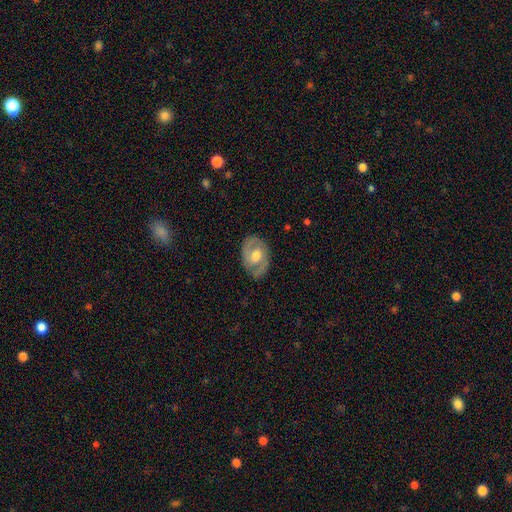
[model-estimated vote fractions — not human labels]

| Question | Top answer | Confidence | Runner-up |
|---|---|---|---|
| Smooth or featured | featured or disk | 67% | smooth (27%) |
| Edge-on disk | no | 95% | yes (5%) |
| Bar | no | 47% | weak (42%) |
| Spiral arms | yes | 73% | no (27%) |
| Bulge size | moderate | 70% | large (15%) |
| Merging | none | 80% | minor disturbance (14%) |